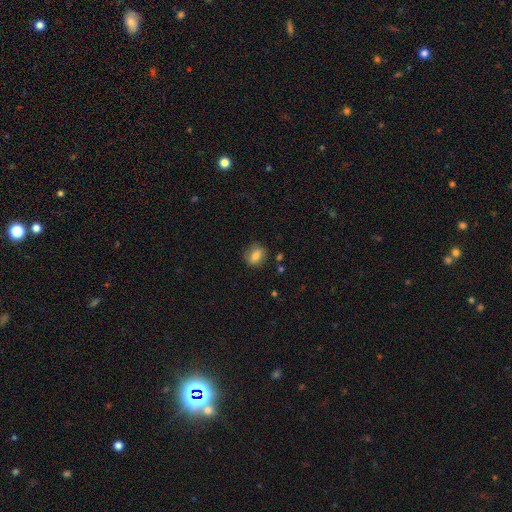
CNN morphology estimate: Overall: smooth (75%). How rounded: in between (57%; round 41%). Merging: none (78%).